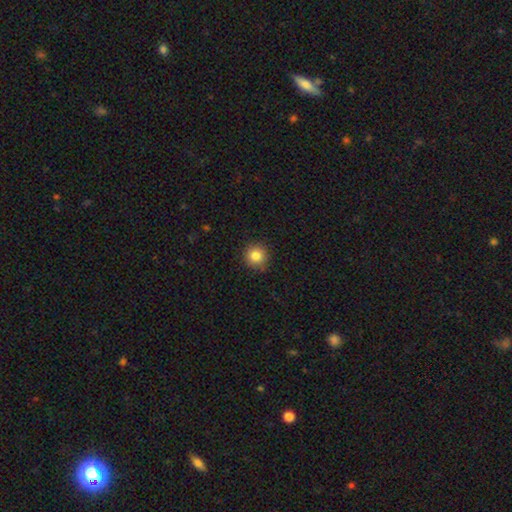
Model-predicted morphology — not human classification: smooth-or-featured: smooth: 84% | star or artifact: 11% | featured or disk: 5%
  how-rounded: round: 95% | in between: 4% | cigar-shaped: 1%
  merging: none: 91% | minor disturbance: 7% | major disturbance: 2% | merger: 1%